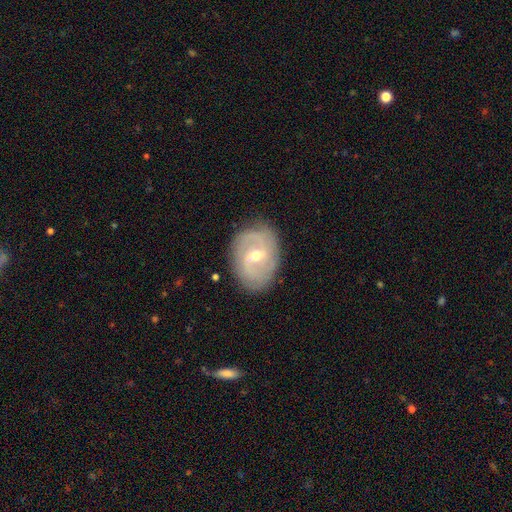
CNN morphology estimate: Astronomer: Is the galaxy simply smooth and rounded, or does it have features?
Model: featured or disk — 78%.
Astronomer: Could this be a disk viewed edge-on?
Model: no — 96%.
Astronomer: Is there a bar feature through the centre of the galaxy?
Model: weak — 55%.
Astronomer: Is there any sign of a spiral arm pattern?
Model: yes — 89%.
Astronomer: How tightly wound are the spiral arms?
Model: medium — 43% (runner-up: tight, 34%).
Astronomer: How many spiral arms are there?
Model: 2 — 67%.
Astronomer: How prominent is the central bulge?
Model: moderate — 54% (runner-up: small, 43%).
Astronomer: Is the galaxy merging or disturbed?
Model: none — 80%.